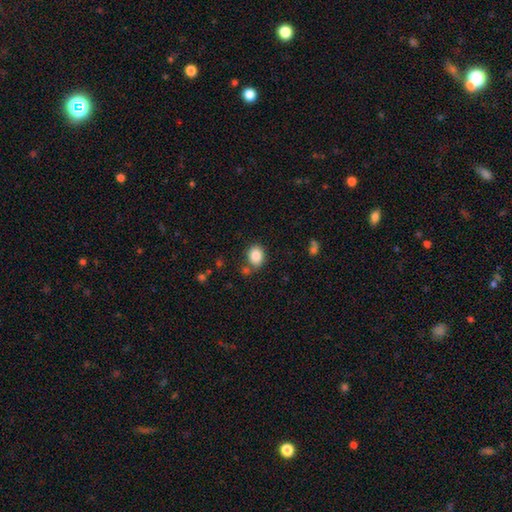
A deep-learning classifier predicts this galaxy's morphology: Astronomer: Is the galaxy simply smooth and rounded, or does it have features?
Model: smooth — 86%.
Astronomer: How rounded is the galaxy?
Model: in between — 54% (runner-up: round, 45%).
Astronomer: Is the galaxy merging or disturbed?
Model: none — 72%.